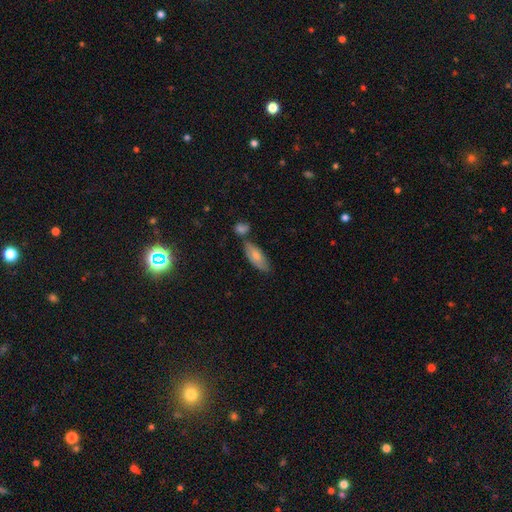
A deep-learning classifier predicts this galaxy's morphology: Smooth or featured? smooth (71%)
How rounded? in between (77%)
Merging? none (54%)